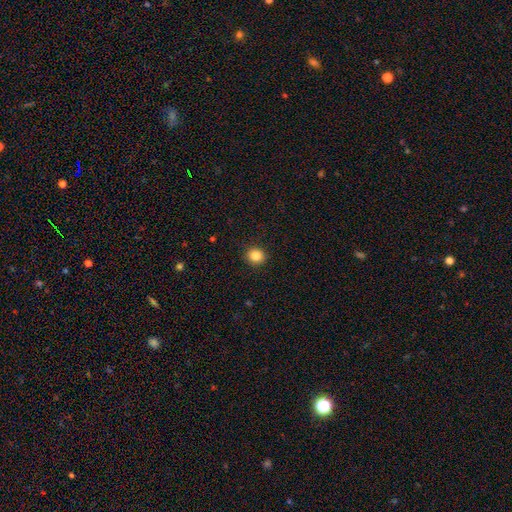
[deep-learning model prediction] A smooth galaxy with no disk features (85%) that is round (85%). Merging: none (92%).